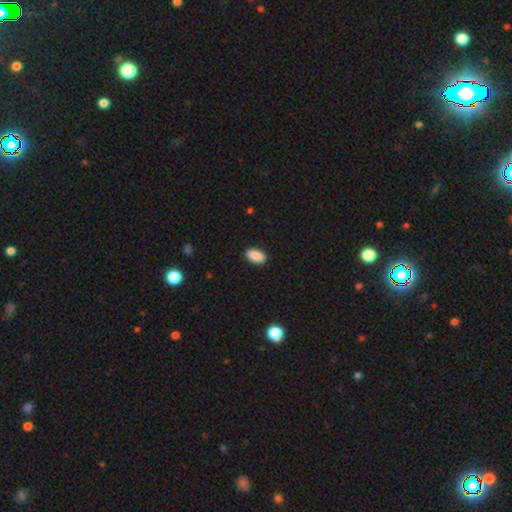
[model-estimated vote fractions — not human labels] Morphology: type=smooth (90%); roundness=in between (92%); merging=none (89%).